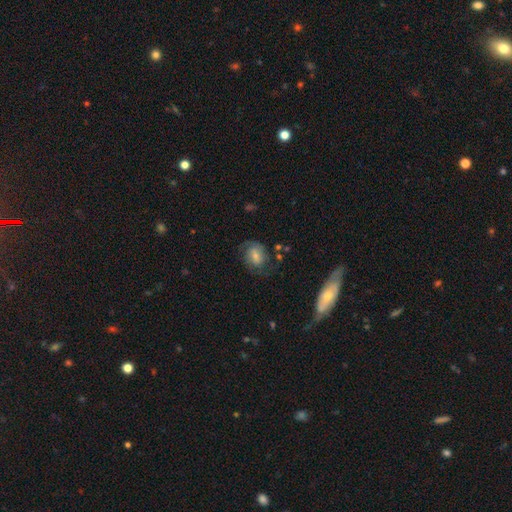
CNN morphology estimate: The model was most divided on "bar": no: 44%, weak: 43%, strong: 13%. Remaining: edge-on disk — no (97%); spiral arms — yes (86%); smooth or featured — featured or disk (57%); merging — none (56%); bulge size — small (49%).